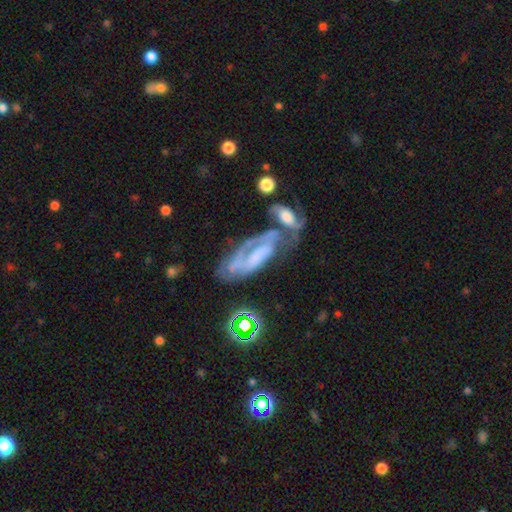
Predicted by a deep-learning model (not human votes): This appears to be a featured or disk galaxy (68%) with no bar (54%), spiral arms (73%) and no central bulge (46%). Merging: merger (39%).